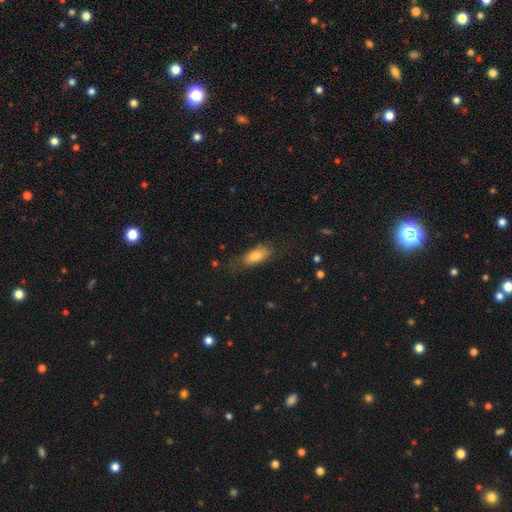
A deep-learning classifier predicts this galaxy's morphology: The model was most divided on "merging": none: 67%, minor disturbance: 22%, major disturbance: 9%, merger: 2%. More confident: how rounded — in between (78%); smooth or featured — smooth (77%).